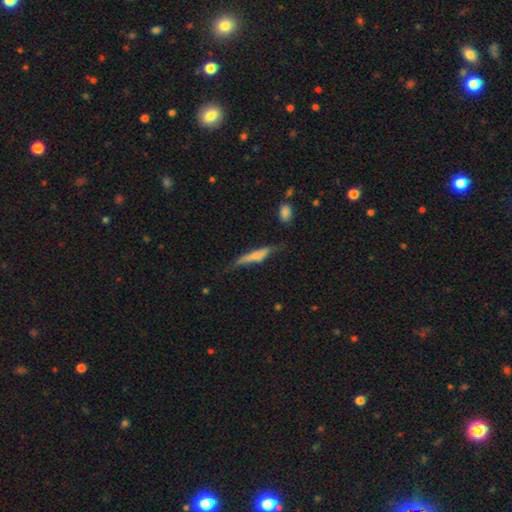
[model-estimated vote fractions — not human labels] A smooth galaxy with no disk features (51%) that is cigar-shaped (82%).

Vote fractions:
- Smooth or featured? smooth: 51% / featured or disk: 42% / star or artifact: 8%
- How rounded? cigar-shaped: 82% / in between: 15% / round: 3%
- Merging? none: 52% / minor disturbance: 29% / major disturbance: 13% / merger: 6%